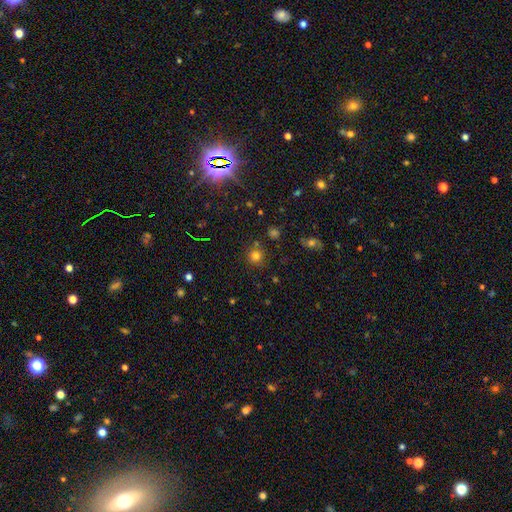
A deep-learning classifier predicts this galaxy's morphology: A smooth galaxy with no disk features (75%) that is round (92%). Merging: none (80%).